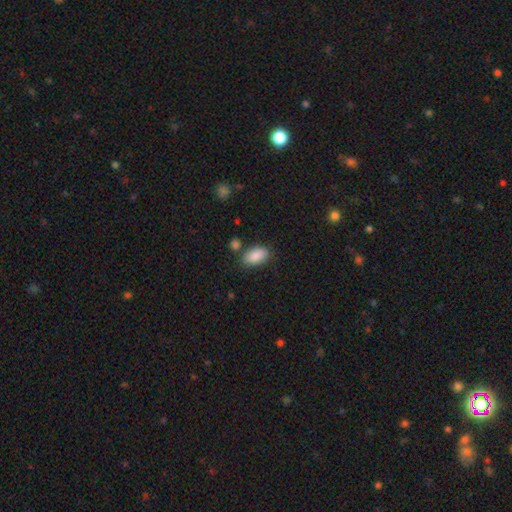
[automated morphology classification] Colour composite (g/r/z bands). It shows a smooth galaxy with no disk features (88%) that is in between round and cigar-shaped (93%). Merging: none (75%).